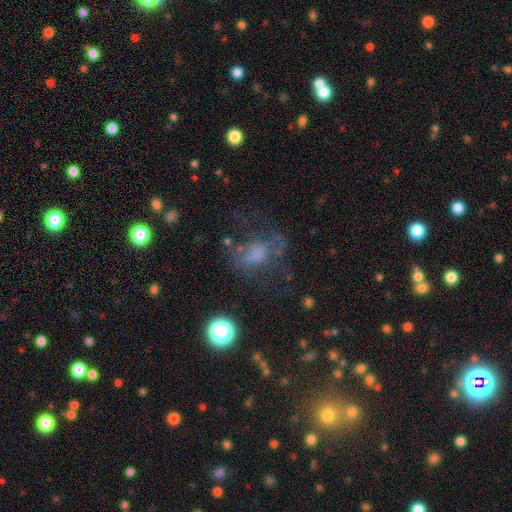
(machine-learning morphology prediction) The model was most divided on "smooth or featured": smooth: 43%, featured or disk: 35%, star or artifact: 22%. Remaining: merging — none (45%).